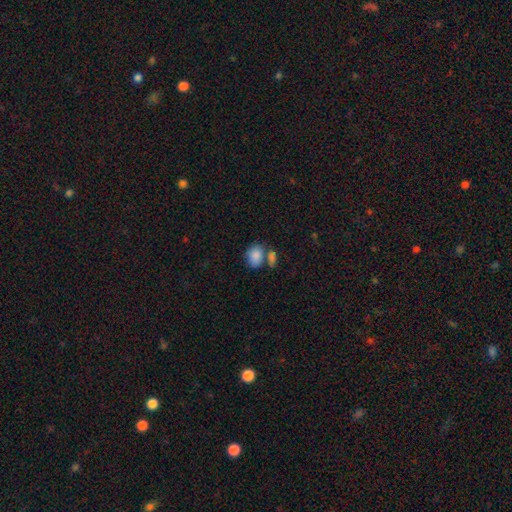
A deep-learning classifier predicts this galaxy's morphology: Smooth or featured? smooth (86%)
How rounded? in between (67%)
Merging? none (44%)